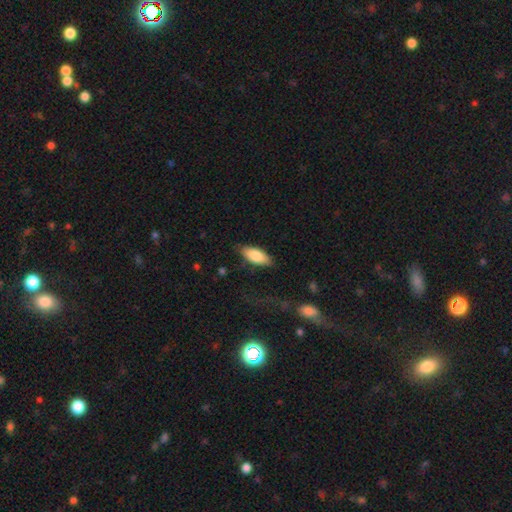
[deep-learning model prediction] Smooth or featured? Predicted: smooth (p=0.82). How rounded? Predicted: in between (p=0.82). Merging? Predicted: none (p=0.78).